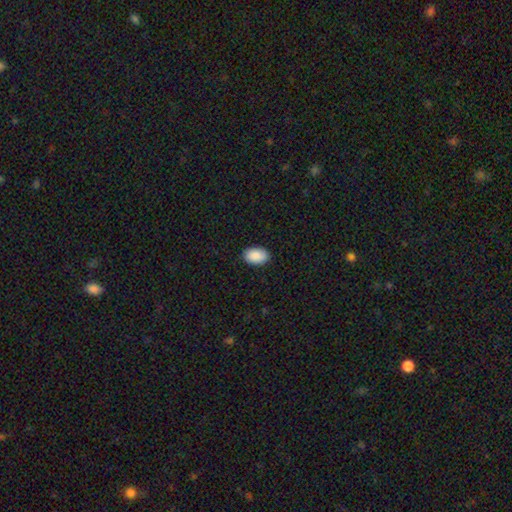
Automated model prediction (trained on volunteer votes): Smooth or featured: smooth — 91% (star or artifact — 6%)
How rounded: in between — 93% (round — 6%)
Merging: none — 90% (minor disturbance — 8%)